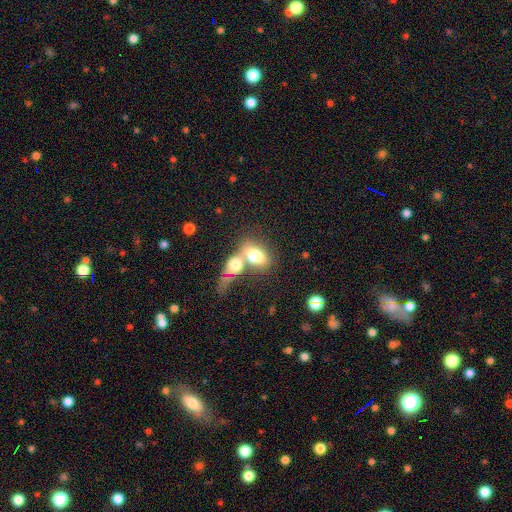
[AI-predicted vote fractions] This is likely a smooth galaxy (68%). How rounded: likely in between (78%). Merging: likely merger (70%).